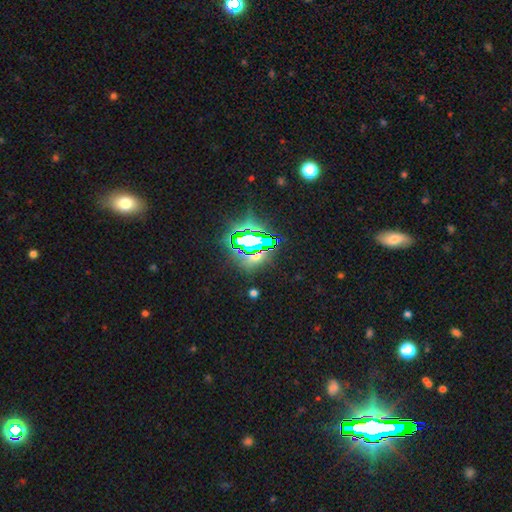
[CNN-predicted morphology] Smooth or featured? Predicted: star or artifact (p=0.75).